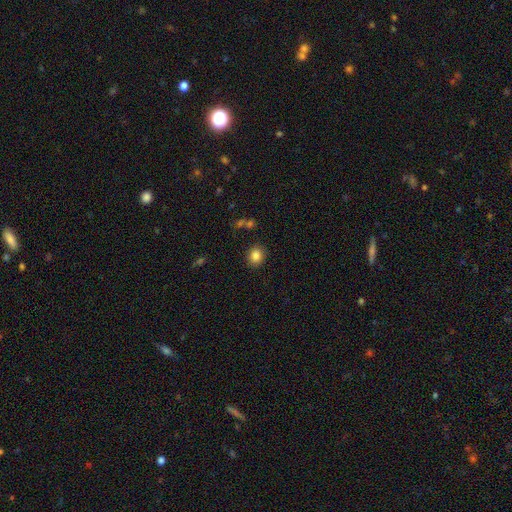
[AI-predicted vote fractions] This appears to be a smooth galaxy with no disk features (85%) that is round (68%). Merging: none (87%).